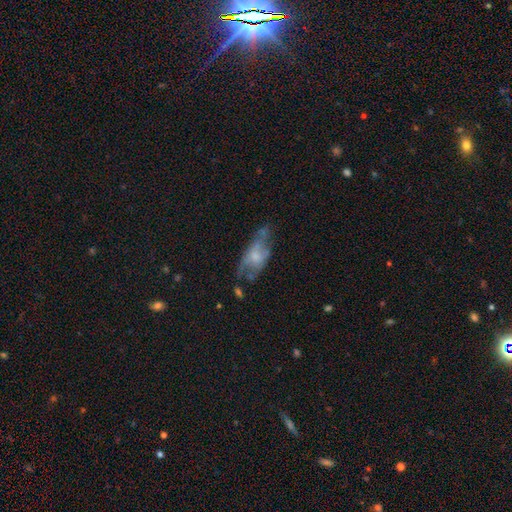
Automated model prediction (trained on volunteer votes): Smooth or featured? featured or disk (52%)
Edge-on disk? no (85%)
Merging? none (40%)